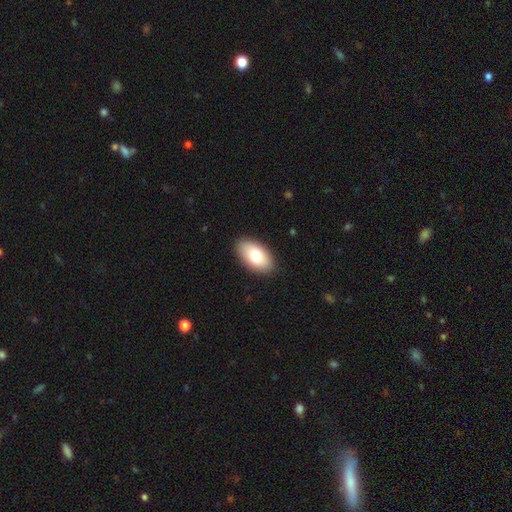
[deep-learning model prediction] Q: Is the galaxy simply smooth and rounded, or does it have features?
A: smooth — 78%.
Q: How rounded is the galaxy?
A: in between — 95%.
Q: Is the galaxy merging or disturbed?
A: none — 89%.